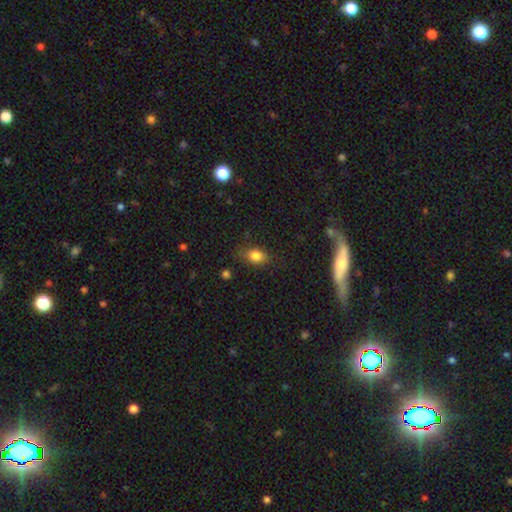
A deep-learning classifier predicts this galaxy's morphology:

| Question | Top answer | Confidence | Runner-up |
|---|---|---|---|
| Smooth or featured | smooth | 80% | star or artifact (11%) |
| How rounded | in between | 72% | round (24%) |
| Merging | none | 75% | minor disturbance (19%) |